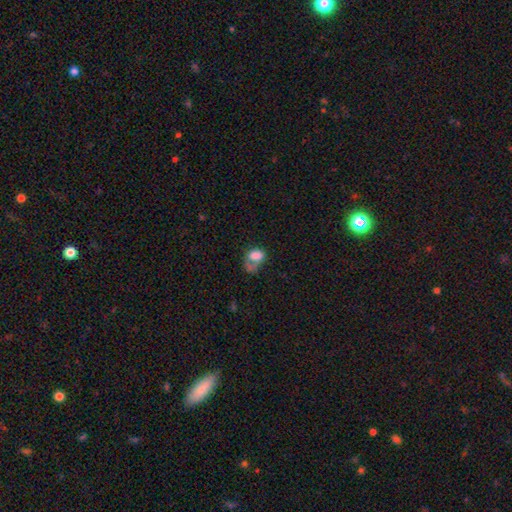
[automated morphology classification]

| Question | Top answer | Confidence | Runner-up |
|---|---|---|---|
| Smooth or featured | smooth | 71% | featured or disk (18%) |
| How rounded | in between | 76% | round (23%) |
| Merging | merger | 32% | major disturbance (27%) |